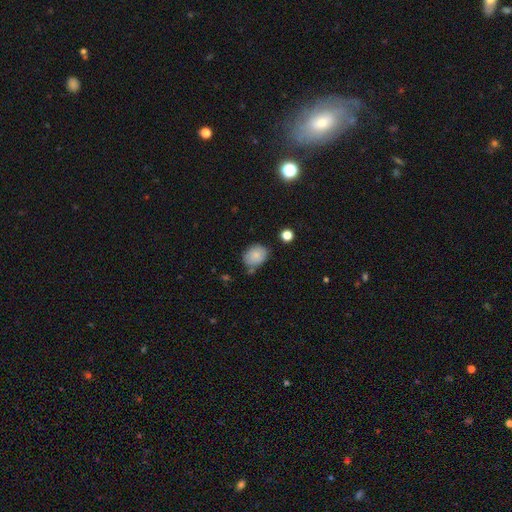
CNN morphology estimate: This is clearly a smooth galaxy (81%). How rounded: possibly in between (50%). Merging: likely none (62%).